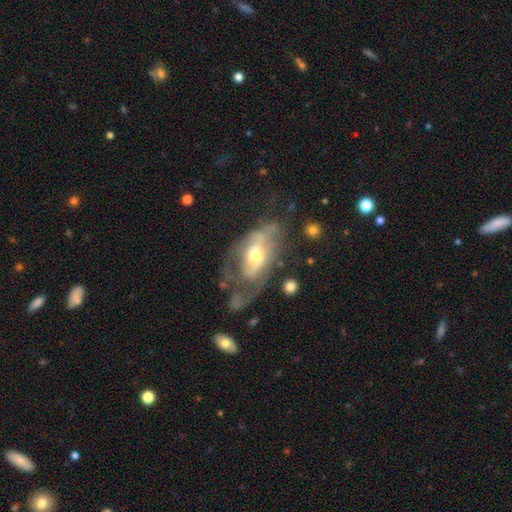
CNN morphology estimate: Q: Smooth or featured?
A: featured or disk (65%); runner-up: smooth (27%)
Q: Edge-on disk?
A: no (90%); runner-up: yes (10%)
Q: Bar?
A: no (55%); runner-up: weak (31%)
Q: Spiral arms?
A: yes (55%); runner-up: no (45%)
Q: Bulge size?
A: moderate (62%); runner-up: small (27%)
Q: Merging?
A: major disturbance (44%); runner-up: none (27%)